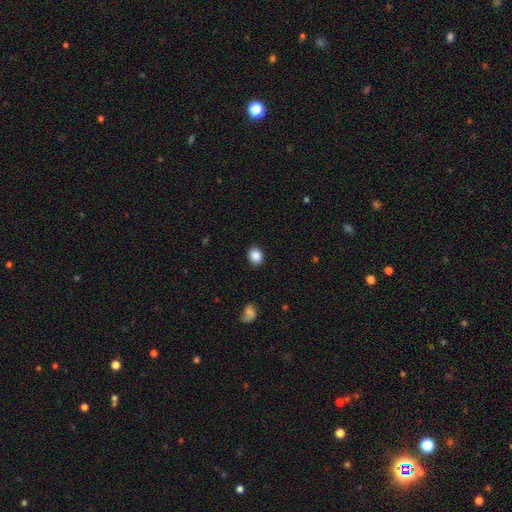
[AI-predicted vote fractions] Smooth or featured: smooth — 88% (star or artifact — 9%)
How rounded: round — 56% (in between — 43%)
Merging: none — 88% (minor disturbance — 9%)